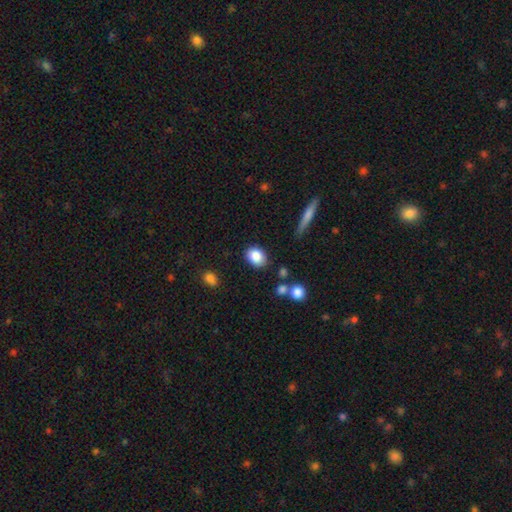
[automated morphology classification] type=smooth (86%); roundness=in between (64%); merging=none (83%).